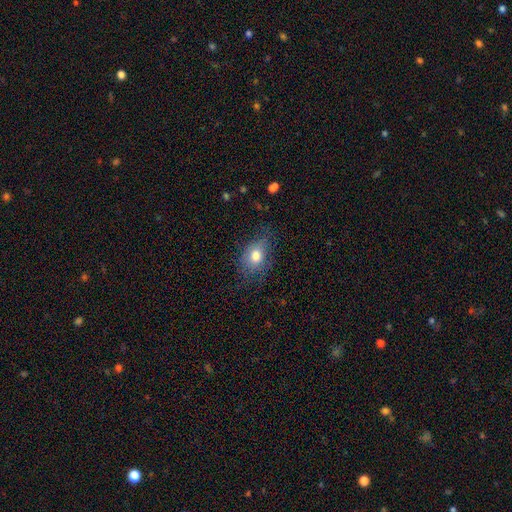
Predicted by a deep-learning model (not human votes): Smooth or featured?
  - smooth: 75% *
  - featured or disk: 15%
  - star or artifact: 10%
How rounded?
  - in between: 71% *
  - round: 27%
  - cigar-shaped: 2%
Merging?
  - none: 62% *
  - minor disturbance: 25%
  - major disturbance: 12%
  - merger: 1%